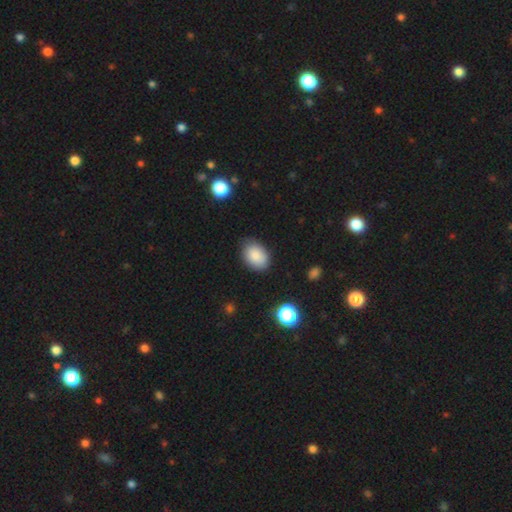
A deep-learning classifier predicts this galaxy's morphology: A smooth galaxy with no disk features (85%) that is in between round and cigar-shaped (80%). Merging: none (80%).